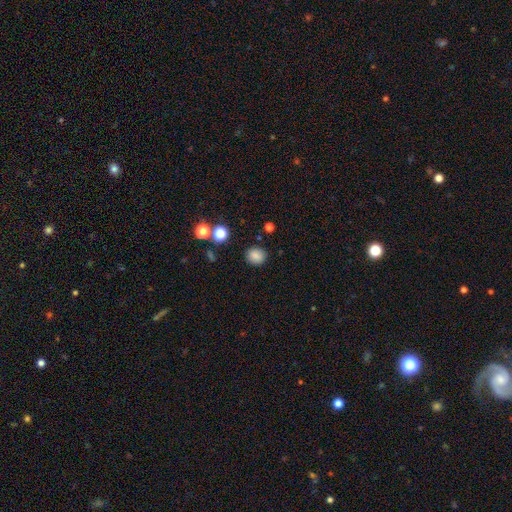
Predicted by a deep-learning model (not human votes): This appears to be a smooth galaxy with no disk features (84%) that is round (77%). Merging: none (87%).